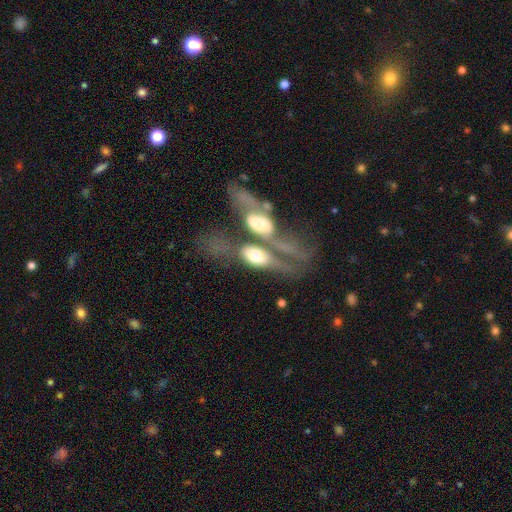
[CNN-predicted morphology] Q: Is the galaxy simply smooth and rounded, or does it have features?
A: featured or disk — 50%.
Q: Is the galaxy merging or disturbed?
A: merger — 61%.